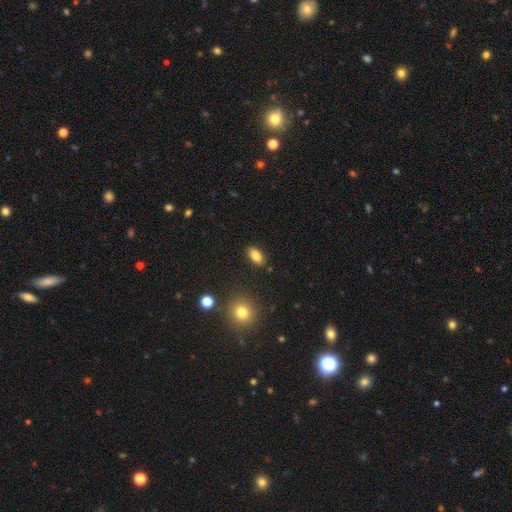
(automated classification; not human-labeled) Q: Smooth or featured?
A: smooth (84%); runner-up: star or artifact (9%)
Q: How rounded?
A: in between (91%); runner-up: round (6%)
Q: Merging?
A: none (87%); runner-up: minor disturbance (9%)